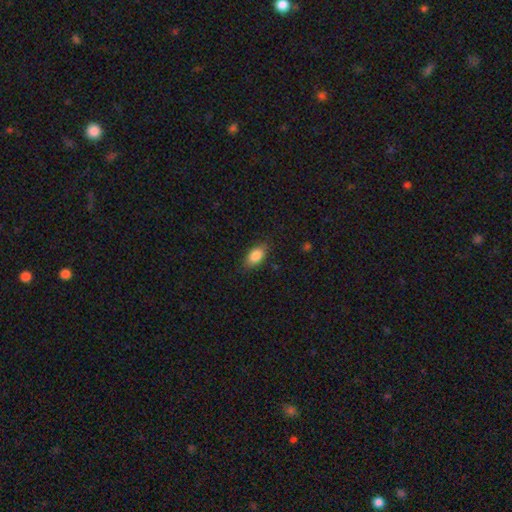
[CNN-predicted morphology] smooth-or-featured: smooth: 86% | star or artifact: 7% | featured or disk: 6%
  how-rounded: in between: 90% | round: 6% | cigar-shaped: 4%
  merging: none: 82% | minor disturbance: 13% | major disturbance: 3% | merger: 1%